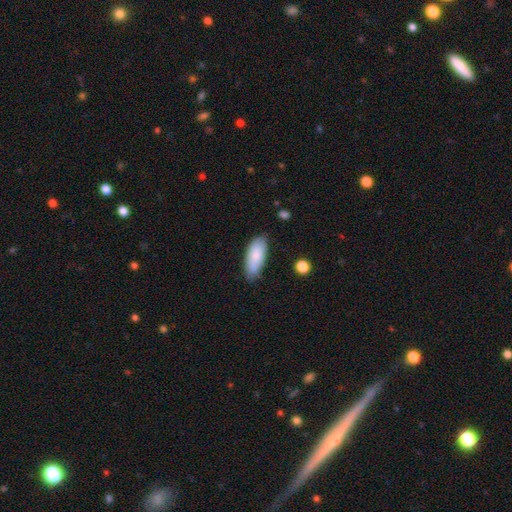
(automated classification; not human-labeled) This is clearly a smooth galaxy (83%). How rounded: clearly in between (81%). Merging: likely none (75%).